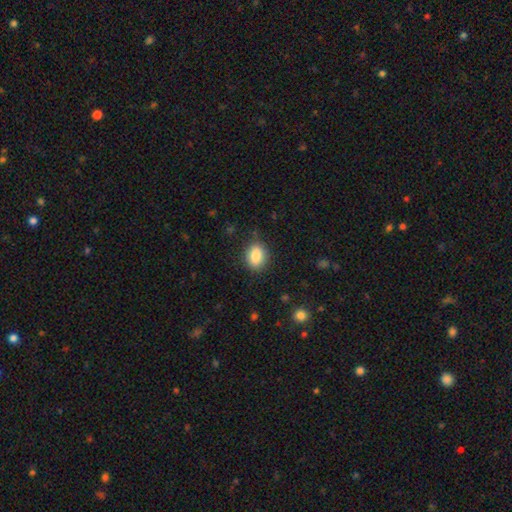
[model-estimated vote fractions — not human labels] Smooth or featured?
  - smooth: 87% *
  - star or artifact: 8%
  - featured or disk: 5%
How rounded?
  - in between: 72% *
  - round: 26%
  - cigar-shaped: 1%
Merging?
  - none: 84% *
  - minor disturbance: 12%
  - major disturbance: 3%
  - merger: 1%